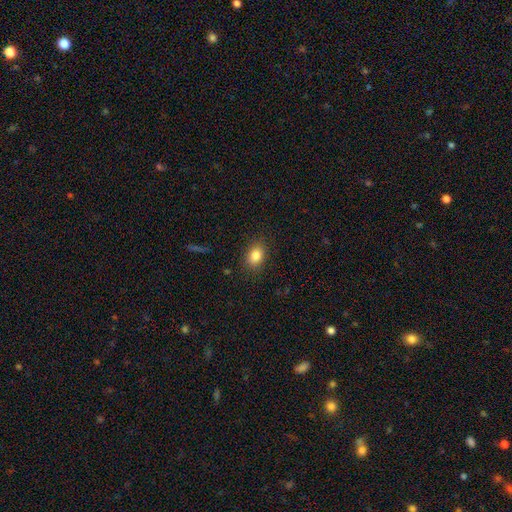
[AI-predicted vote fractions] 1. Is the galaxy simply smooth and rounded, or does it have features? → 84% smooth, 10% star or artifact, 6% featured or disk.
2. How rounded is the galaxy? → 72% in between, 26% round, 1% cigar-shaped.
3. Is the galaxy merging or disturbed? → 86% none, 10% minor disturbance, 3% major disturbance, 1% merger.